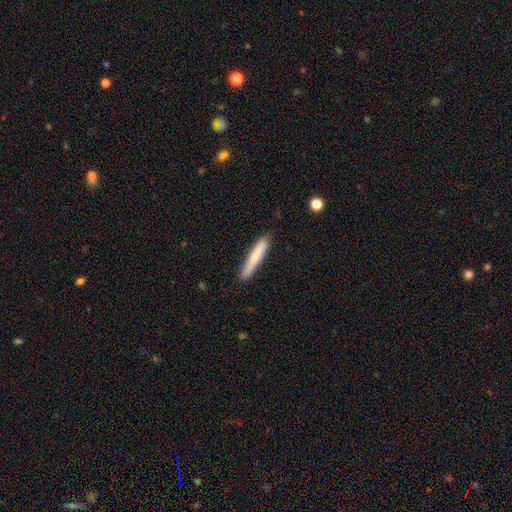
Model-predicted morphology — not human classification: smooth_or_featured: smooth (p=0.76) [alt: featured or disk p=0.19]
how_rounded: cigar-shaped (p=0.94) [alt: in between p=0.05]
merging: none (p=0.86) [alt: minor disturbance p=0.11]